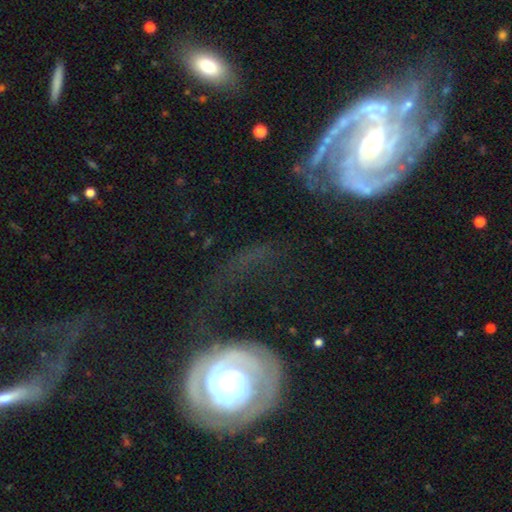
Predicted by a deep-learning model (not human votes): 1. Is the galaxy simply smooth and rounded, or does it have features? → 76% featured or disk, 13% smooth, 11% star or artifact.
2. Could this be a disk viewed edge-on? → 94% no, 6% yes.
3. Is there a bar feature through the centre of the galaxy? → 47% no, 30% weak, 23% strong.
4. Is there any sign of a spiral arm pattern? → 92% yes, 8% no.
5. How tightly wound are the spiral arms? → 45% tight, 36% medium, 18% loose.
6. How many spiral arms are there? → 57% 2, 17% can't tell, 11% 3, 8% 1, 4% 4, 4% more than 4.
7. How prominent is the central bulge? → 44% moderate, 29% small, 15% large, 7% dominant, 5% none.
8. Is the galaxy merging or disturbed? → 43% none, 29% major disturbance, 18% minor disturbance, 10% merger.